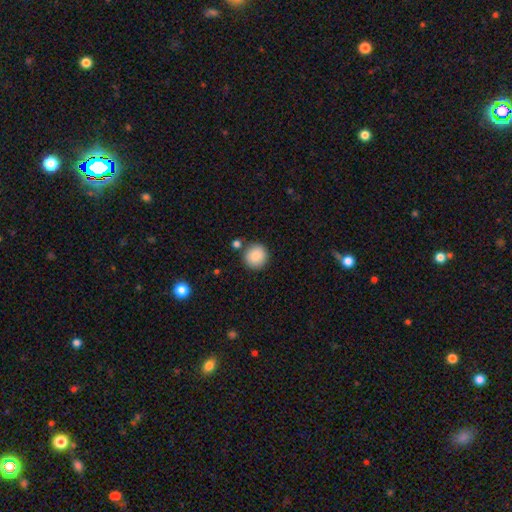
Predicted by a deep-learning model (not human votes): smooth-or-featured: smooth: 87% | star or artifact: 8% | featured or disk: 5%
  how-rounded: round: 94% | in between: 5% | cigar-shaped: 1%
  merging: none: 84% | minor disturbance: 8% | merger: 6% | major disturbance: 2%